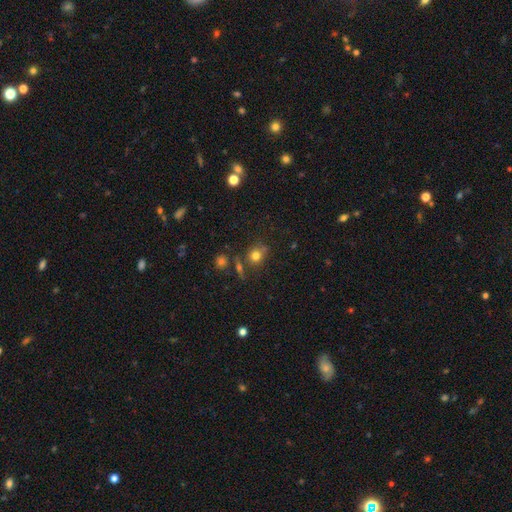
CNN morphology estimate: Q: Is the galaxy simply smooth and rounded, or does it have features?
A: smooth — 75%.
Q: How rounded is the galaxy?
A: round — 77%.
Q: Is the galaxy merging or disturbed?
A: none — 66%.